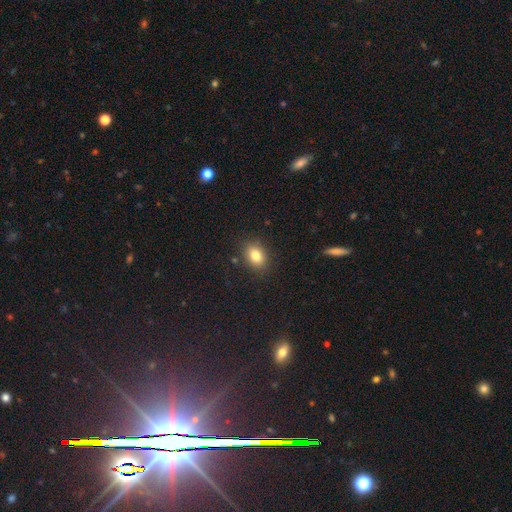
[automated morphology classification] smooth-or-featured: smooth: 82% | star or artifact: 10% | featured or disk: 8%
  how-rounded: in between: 73% | round: 26% | cigar-shaped: 1%
  merging: none: 85% | minor disturbance: 10% | major disturbance: 3% | merger: 2%